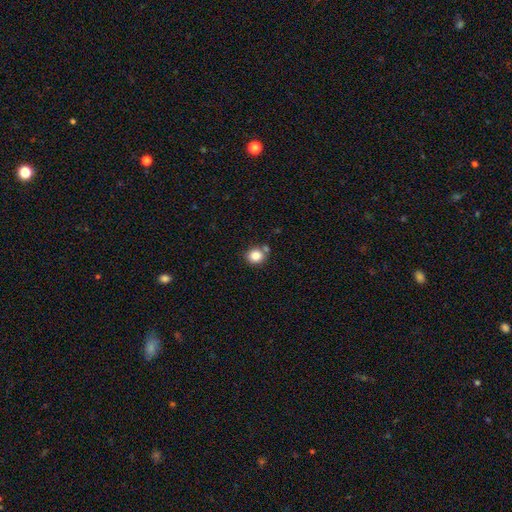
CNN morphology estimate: smooth_or_featured: smooth (p=0.84) [alt: star or artifact p=0.10]
how_rounded: round (p=0.81) [alt: in between p=0.18]
merging: none (p=0.69) [alt: merger p=0.15]